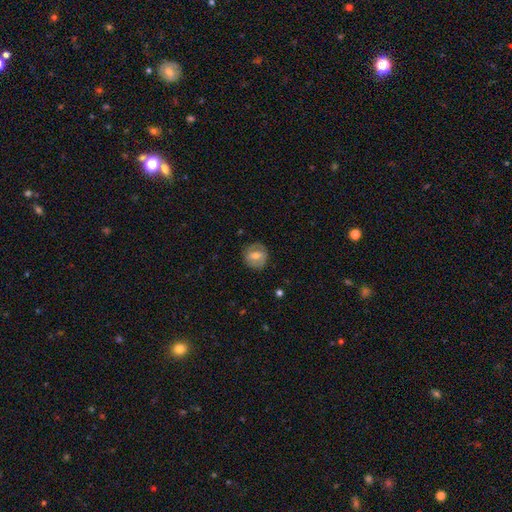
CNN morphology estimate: A smooth galaxy with no disk features (51%) that is round (83%).

Vote fractions:
- Smooth or featured? smooth: 51% / featured or disk: 41% / star or artifact: 7%
- How rounded? round: 83% / in between: 16% / cigar-shaped: 1%
- Merging? none: 81% / minor disturbance: 14% / major disturbance: 4% / merger: 1%